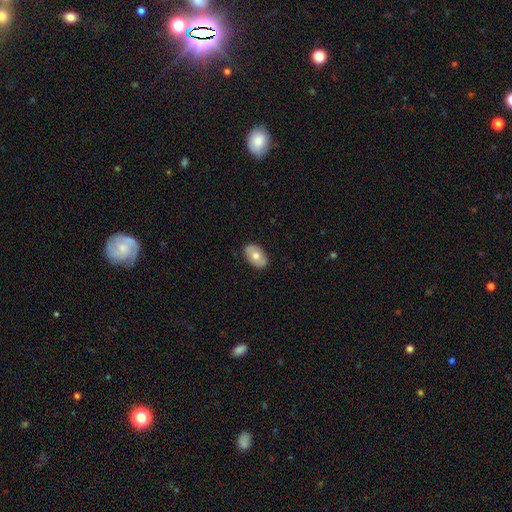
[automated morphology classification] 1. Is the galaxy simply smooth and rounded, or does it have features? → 66% smooth, 28% featured or disk, 6% star or artifact.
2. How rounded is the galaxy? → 90% in between, 9% round, 1% cigar-shaped.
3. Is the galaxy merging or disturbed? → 86% none, 11% minor disturbance, 2% major disturbance, 1% merger.